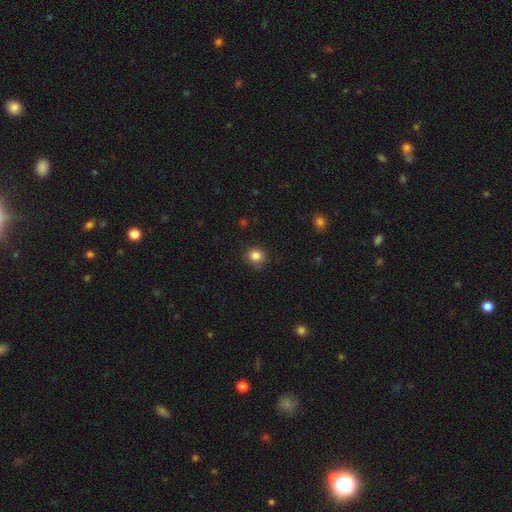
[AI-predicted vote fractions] Morphology: type=smooth (84%); roundness=round (82%); merging=none (83%).